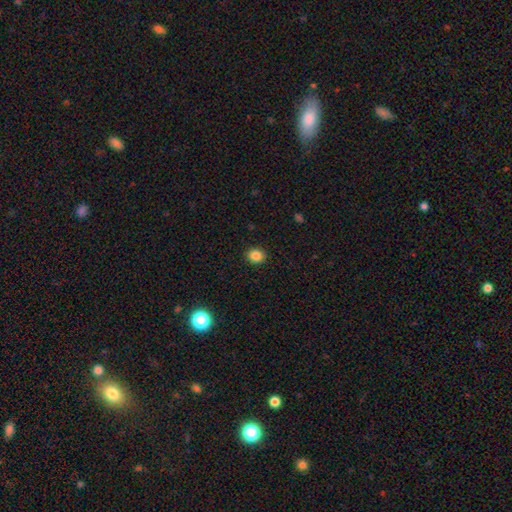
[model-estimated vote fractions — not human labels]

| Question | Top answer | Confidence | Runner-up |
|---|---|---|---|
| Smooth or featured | smooth | 85% | star or artifact (11%) |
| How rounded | round | 69% | in between (31%) |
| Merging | none | 91% | minor disturbance (6%) |